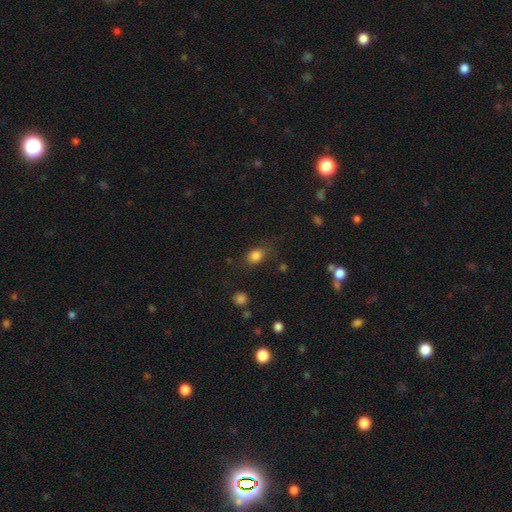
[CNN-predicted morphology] Smooth or featured: smooth — 82% (star or artifact — 12%)
How rounded: in between — 60% (round — 39%)
Merging: none — 73% (minor disturbance — 18%)